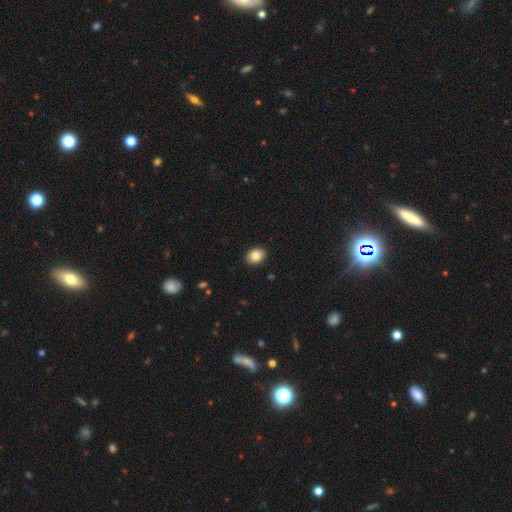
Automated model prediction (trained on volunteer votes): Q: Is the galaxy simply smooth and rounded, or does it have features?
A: smooth — 84%.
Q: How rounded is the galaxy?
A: in between — 58%.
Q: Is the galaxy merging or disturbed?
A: none — 91%.